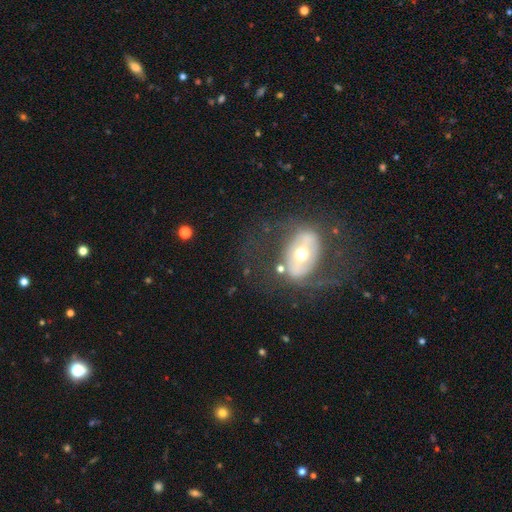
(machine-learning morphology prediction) A featured or disk galaxy (66%) with no bar (45%), spiral arms (52%) and a moderate central bulge (52%).

Vote fractions:
- Smooth or featured? featured or disk: 66% / smooth: 21% / star or artifact: 13%
- Edge-on disk? no: 92% / yes: 8%
- Bar? no: 45% / weak: 28% / strong: 27%
- Spiral arms? yes: 52% / no: 48%
- Bulge size? moderate: 52% / small: 32% / large: 11% / dominant: 3% / none: 2%
- Merging? none: 59% / major disturbance: 17% / minor disturbance: 13% / merger: 11%